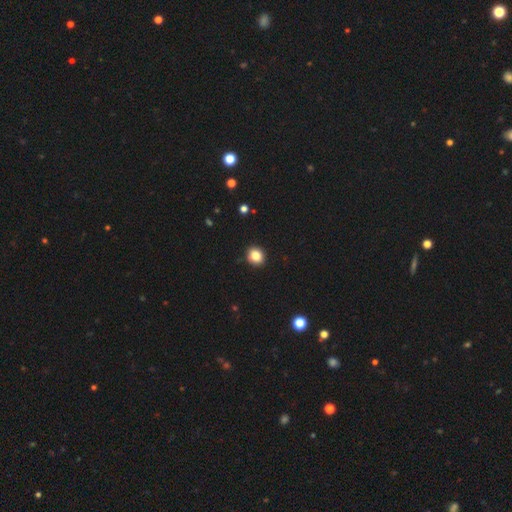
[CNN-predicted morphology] smooth 84%, star or artifact 11%, featured or disk 5%. Down the decision tree: how rounded — round (77%); merging — none (91%).